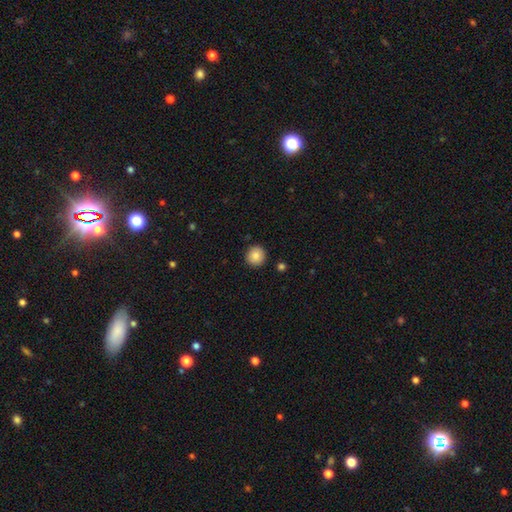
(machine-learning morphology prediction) smooth_or_featured: smooth (p=0.84) [alt: star or artifact p=0.09]
how_rounded: round (p=0.94) [alt: in between p=0.05]
merging: none (p=0.91) [alt: minor disturbance p=0.06]